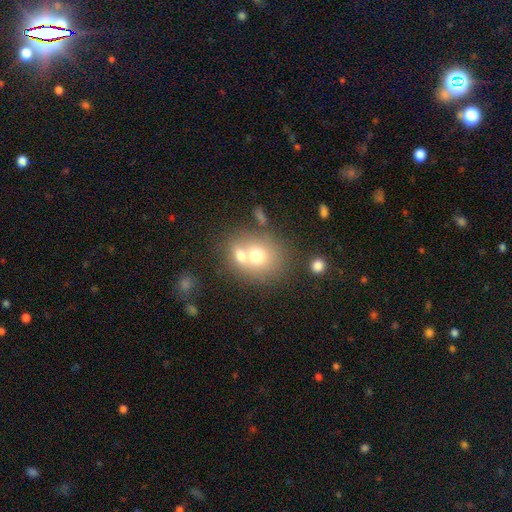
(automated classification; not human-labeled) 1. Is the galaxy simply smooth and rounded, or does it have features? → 66% smooth, 22% featured or disk, 12% star or artifact.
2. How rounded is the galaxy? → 68% round, 31% in between, 1% cigar-shaped.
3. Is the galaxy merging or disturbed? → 50% merger, 37% none, 9% minor disturbance, 4% major disturbance.